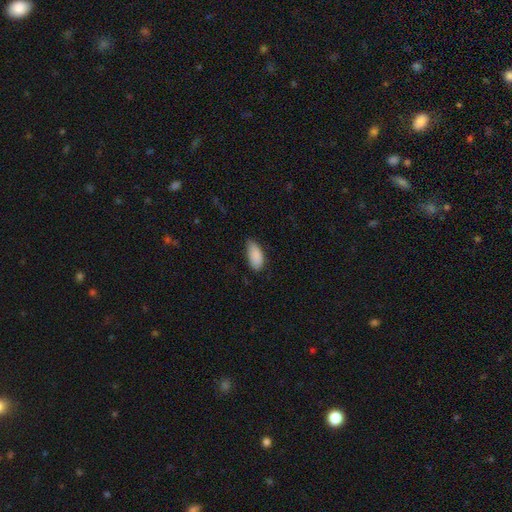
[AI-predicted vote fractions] Overall: smooth (88%). How rounded: in between (92%). Merging: none (56%; minor disturbance 36%).